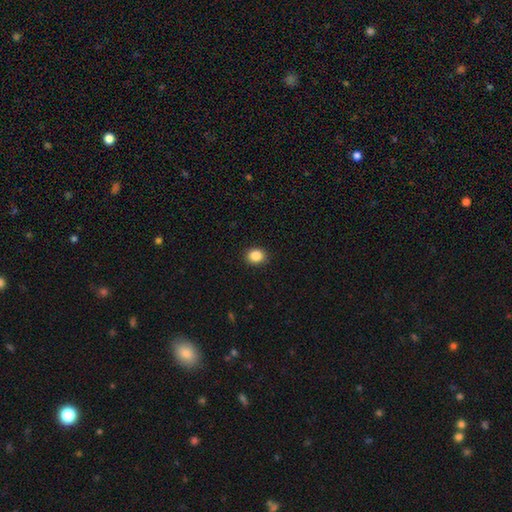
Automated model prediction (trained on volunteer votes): Smooth or featured? smooth (87%)
How rounded? round (65%)
Merging? none (90%)